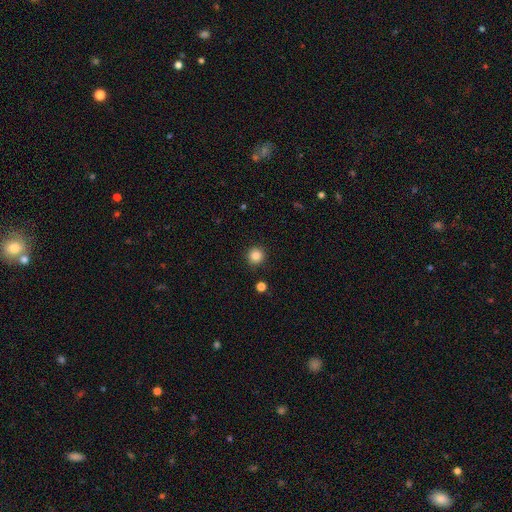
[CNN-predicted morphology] smooth_or_featured: smooth (p=0.85) [alt: star or artifact p=0.11]
how_rounded: round (p=0.95) [alt: in between p=0.04]
merging: none (p=0.92) [alt: minor disturbance p=0.05]